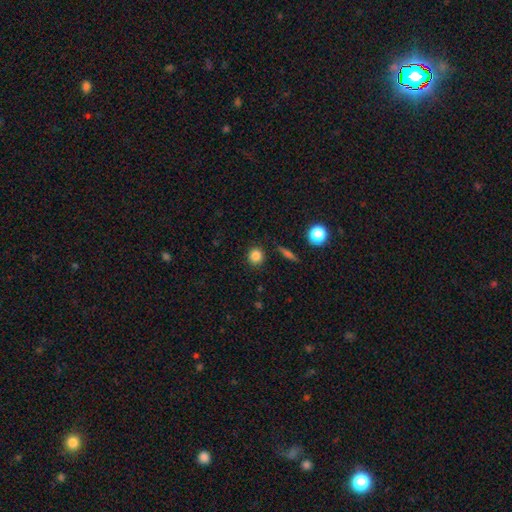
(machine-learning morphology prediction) A smooth galaxy with no disk features (83%) that is round (89%). Merging: none (89%).